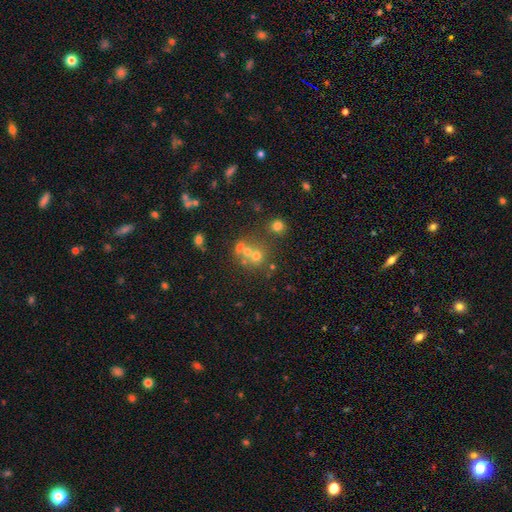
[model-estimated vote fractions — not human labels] Overall: smooth (52%; star or artifact 25%). How rounded: round (81%). Merging: none (45%; merger 42%).